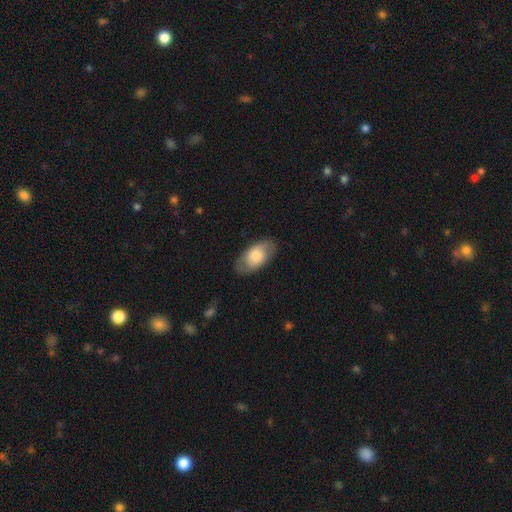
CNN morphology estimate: Smooth or featured: smooth — 73% (featured or disk — 21%)
How rounded: in between — 93% (round — 4%)
Merging: none — 80% (minor disturbance — 15%)